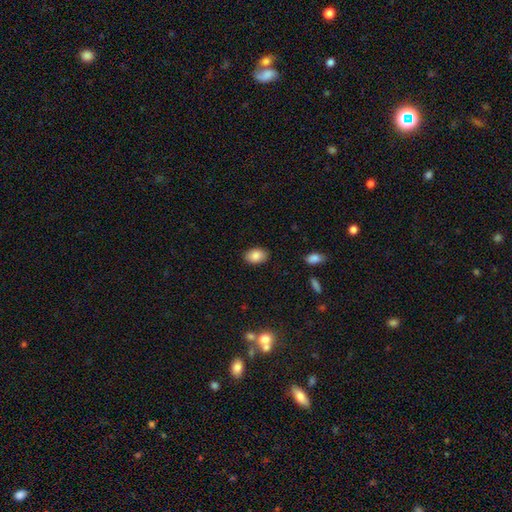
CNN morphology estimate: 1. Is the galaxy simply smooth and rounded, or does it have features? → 87% smooth, 7% star or artifact, 6% featured or disk.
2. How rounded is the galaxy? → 85% in between, 14% round, 1% cigar-shaped.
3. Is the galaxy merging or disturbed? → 87% none, 9% minor disturbance, 2% major disturbance, 1% merger.